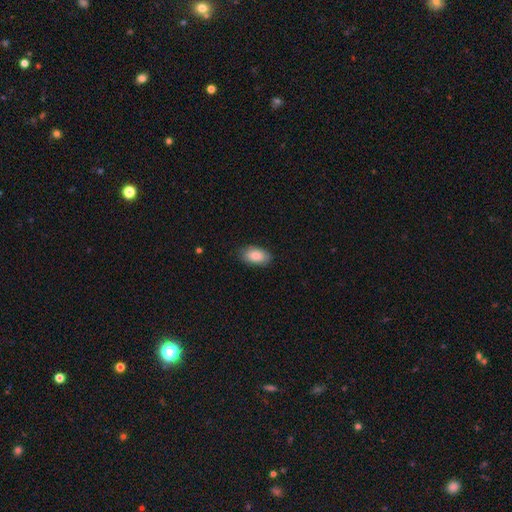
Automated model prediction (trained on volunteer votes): smooth_or_featured: smooth (p=0.87) [alt: featured or disk p=0.07]
how_rounded: in between (p=0.94) [alt: round p=0.04]
merging: none (p=0.84) [alt: minor disturbance p=0.13]